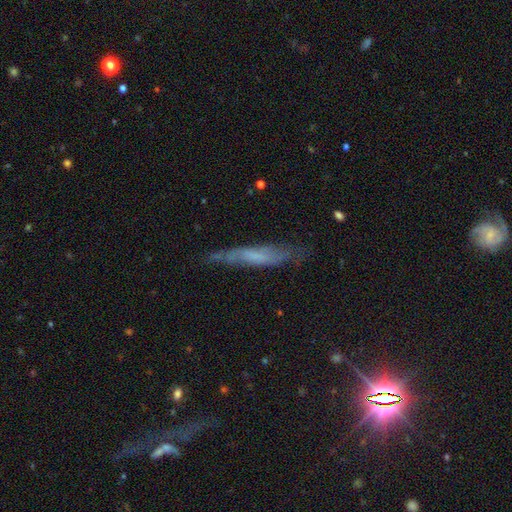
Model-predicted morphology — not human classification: Smooth or featured? Predicted: featured or disk (p=0.49). Merging? Predicted: none (p=0.67).